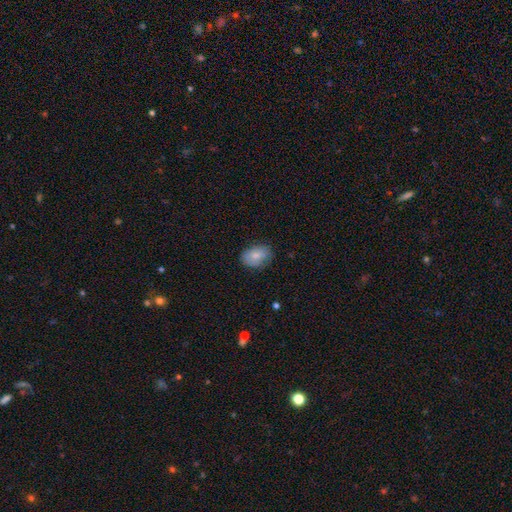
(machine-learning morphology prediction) A smooth galaxy with no disk features (80%) that is in between round and cigar-shaped (77%). Merging: none (76%).